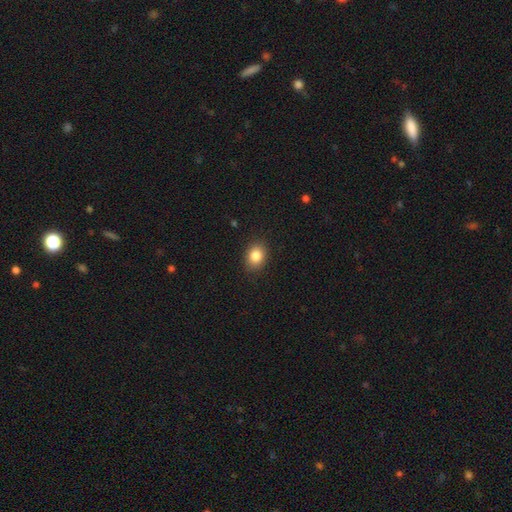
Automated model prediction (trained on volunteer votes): smooth 84%, star or artifact 10%, featured or disk 6%. Down the decision tree: how rounded — in between (53%); merging — none (87%).